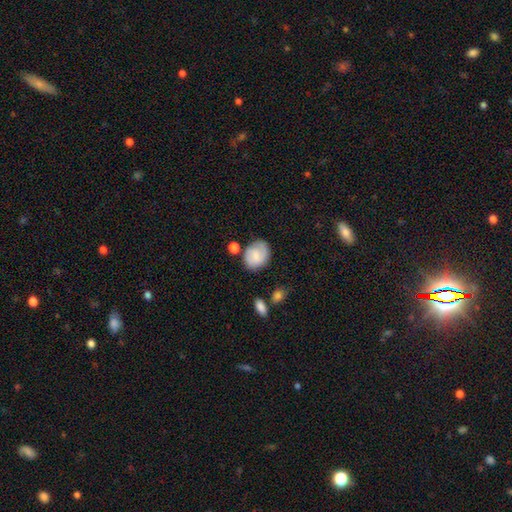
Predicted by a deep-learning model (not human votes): Q: Smooth or featured?
A: smooth (60%); runner-up: featured or disk (32%)
Q: How rounded?
A: in between (52%); runner-up: round (47%)
Q: Merging?
A: none (68%); runner-up: minor disturbance (20%)